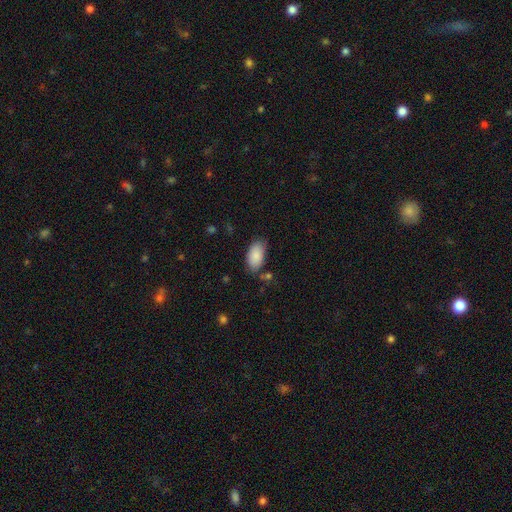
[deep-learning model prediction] smooth 88%, star or artifact 7%, featured or disk 6%. Down the decision tree: how rounded — in between (95%); merging — none (75%).